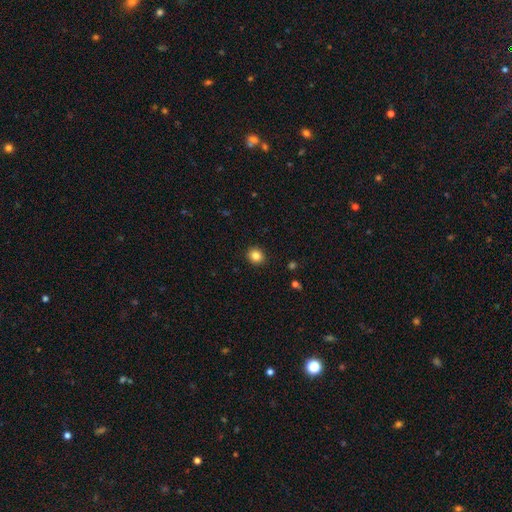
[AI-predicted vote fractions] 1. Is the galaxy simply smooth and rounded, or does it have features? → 84% smooth, 11% star or artifact, 5% featured or disk.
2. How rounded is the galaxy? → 79% round, 20% in between, 1% cigar-shaped.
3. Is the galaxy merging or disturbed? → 91% none, 6% minor disturbance, 2% major disturbance, 1% merger.